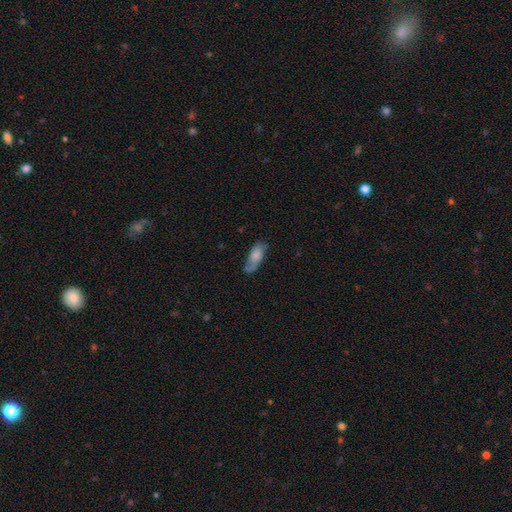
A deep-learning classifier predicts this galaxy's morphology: Smooth or featured?
  - smooth: 60% *
  - featured or disk: 33%
  - star or artifact: 7%
How rounded?
  - in between: 80% *
  - cigar-shaped: 17%
  - round: 3%
Merging?
  - none: 54% *
  - minor disturbance: 28%
  - major disturbance: 14%
  - merger: 4%